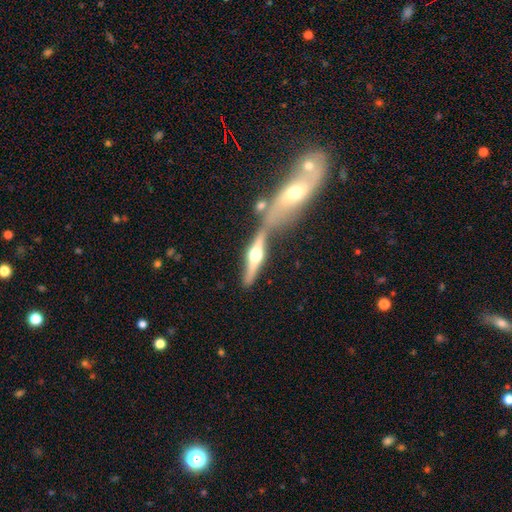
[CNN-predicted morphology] This is likely a featured or disk galaxy (76%). It is clearly viewed edge-on (94%). Edge-on bulge: clearly rounded (96%). Merging: possibly none (55%).